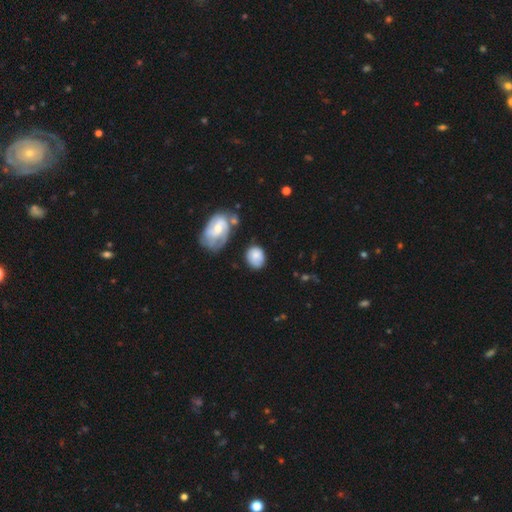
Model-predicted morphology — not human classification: Smooth or featured: smooth — 71% (featured or disk — 22%)
How rounded: round — 51% (in between — 47%)
Merging: none — 63% (minor disturbance — 22%)